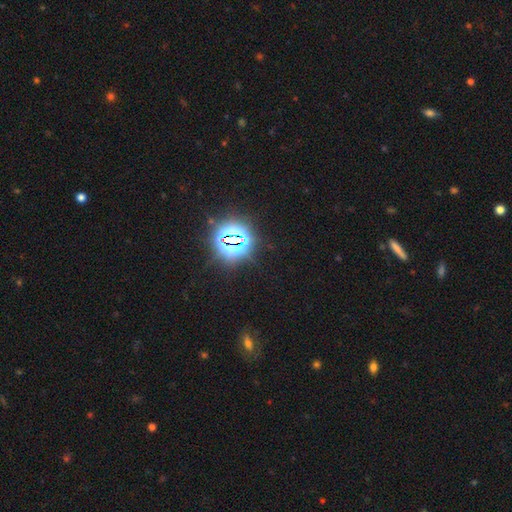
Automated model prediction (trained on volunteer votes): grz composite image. It shows a star or artifact, not a galaxy (84%).